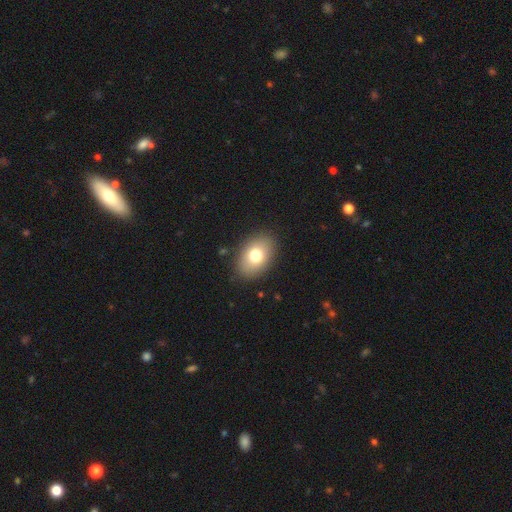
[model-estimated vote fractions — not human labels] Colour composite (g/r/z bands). It shows a smooth galaxy with no disk features (76%) that is in between round and cigar-shaped (83%). Merging: none (87%).